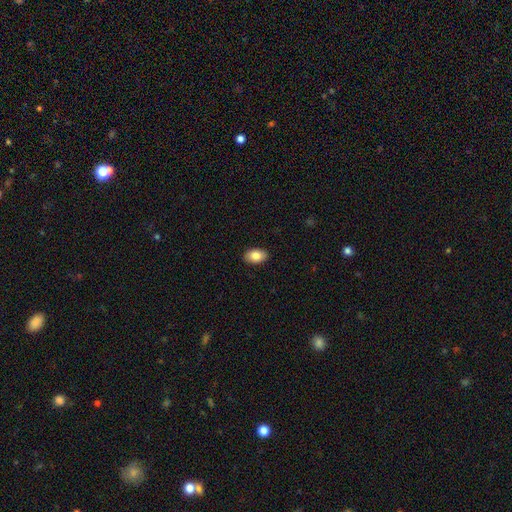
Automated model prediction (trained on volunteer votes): Smooth or featured?
  - smooth: 85% *
  - featured or disk: 8%
  - star or artifact: 7%
How rounded?
  - in between: 90% *
  - round: 9%
  - cigar-shaped: 1%
Merging?
  - none: 90% *
  - minor disturbance: 8%
  - major disturbance: 2%
  - merger: 1%